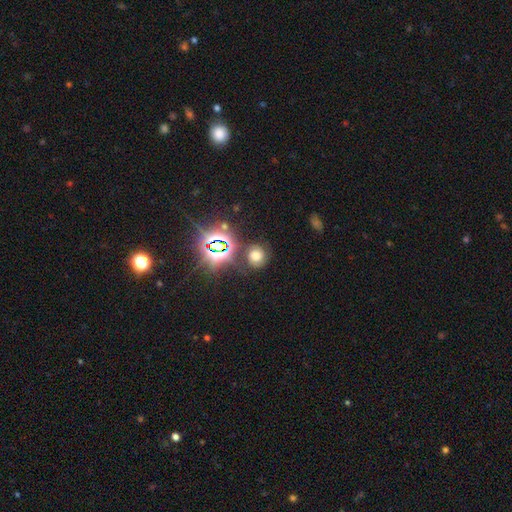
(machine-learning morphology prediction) This appears to be a smooth galaxy with no disk features (54%) that is round (83%). Merging: none (76%).